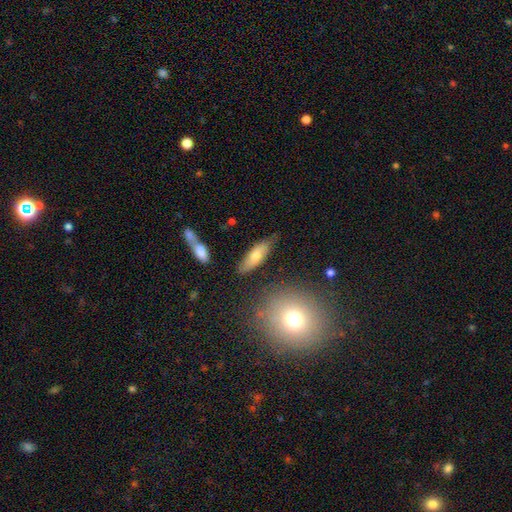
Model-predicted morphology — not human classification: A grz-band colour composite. It shows a smooth galaxy with no disk features (65%) that is in between round and cigar-shaped (59%). Merging: none (74%).